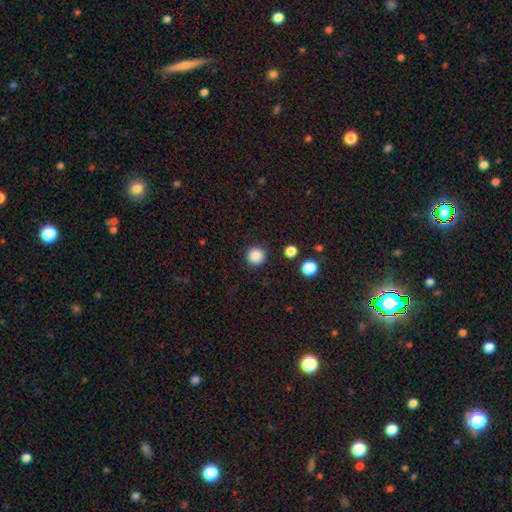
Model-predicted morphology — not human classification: This is clearly a smooth galaxy (87%). How rounded: clearly round (96%). Merging: clearly none (91%).